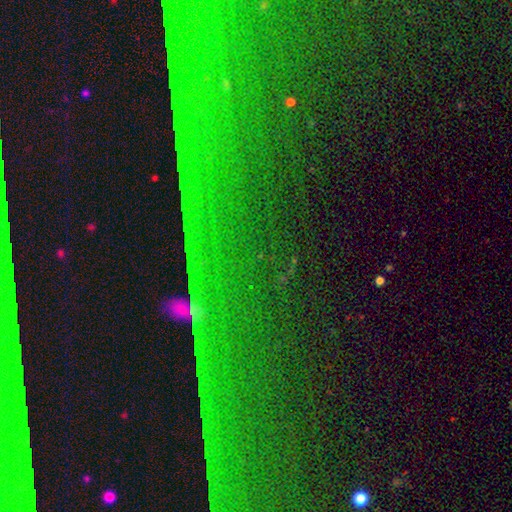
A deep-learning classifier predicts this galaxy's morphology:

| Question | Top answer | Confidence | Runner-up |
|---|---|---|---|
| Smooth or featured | star or artifact | 80% | featured or disk (11%) |